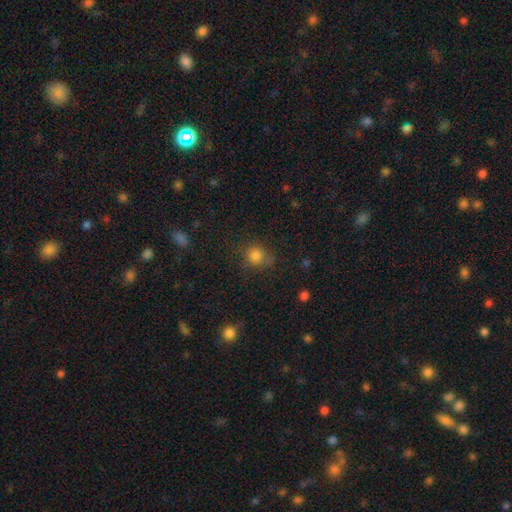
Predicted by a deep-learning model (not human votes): smooth_or_featured: smooth (p=0.81) [alt: star or artifact p=0.13]
how_rounded: round (p=0.86) [alt: in between p=0.13]
merging: none (p=0.72) [alt: minor disturbance p=0.18]